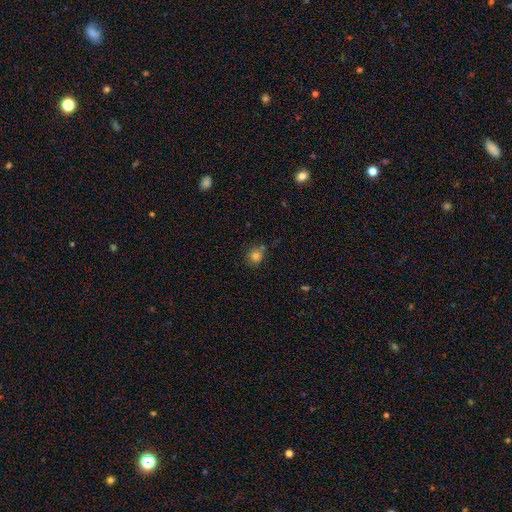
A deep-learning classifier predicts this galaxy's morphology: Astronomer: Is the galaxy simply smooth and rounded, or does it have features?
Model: smooth — 79%.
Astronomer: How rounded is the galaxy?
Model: round — 82%.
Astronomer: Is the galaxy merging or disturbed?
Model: none — 70%.